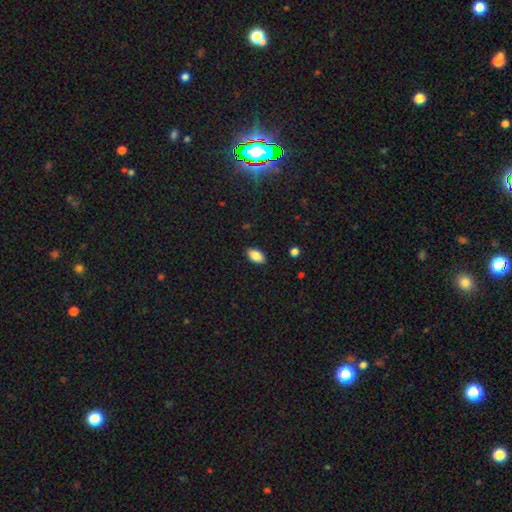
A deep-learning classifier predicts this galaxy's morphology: This appears to be a smooth galaxy with no disk features (85%) that is in between round and cigar-shaped (93%). Merging: none (88%).